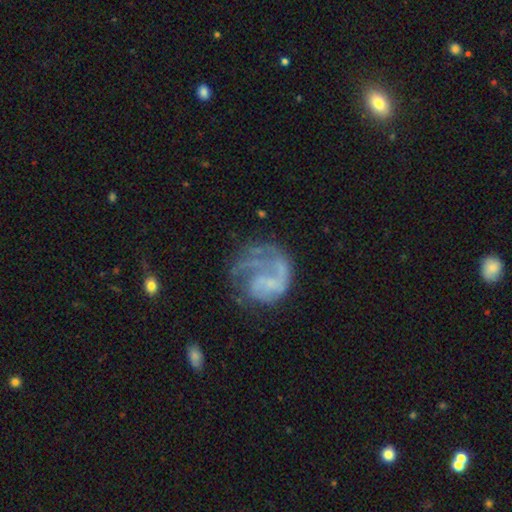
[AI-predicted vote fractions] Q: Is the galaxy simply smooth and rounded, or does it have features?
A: featured or disk — 74%.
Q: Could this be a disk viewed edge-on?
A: no — 98%.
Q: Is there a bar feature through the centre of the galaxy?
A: no — 70%.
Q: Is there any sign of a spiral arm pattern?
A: yes — 80%.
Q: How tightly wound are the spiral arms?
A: medium — 36%.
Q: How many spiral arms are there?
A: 1 — 53%.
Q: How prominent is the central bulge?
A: none — 58%.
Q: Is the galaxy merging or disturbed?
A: none — 42%.